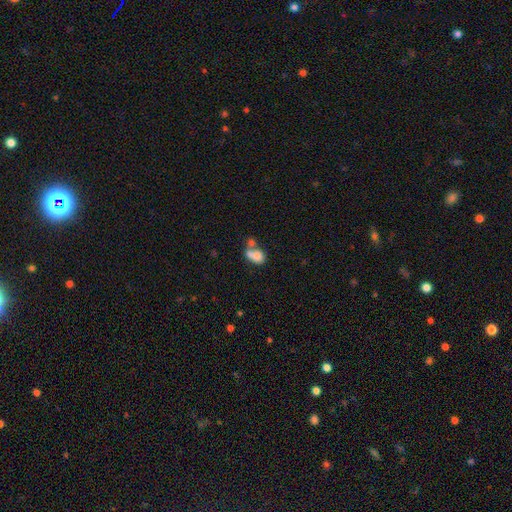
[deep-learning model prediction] Overall: smooth (71%). How rounded: in between (73%). Merging: merger (61%).